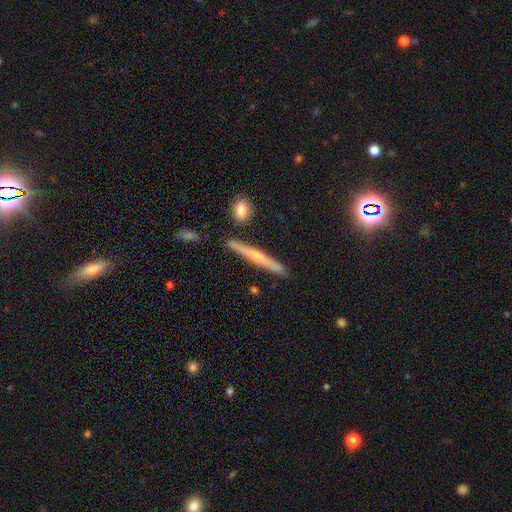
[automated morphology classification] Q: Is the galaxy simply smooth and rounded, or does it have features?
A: featured or disk — 54%.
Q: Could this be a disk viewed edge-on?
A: yes — 96%.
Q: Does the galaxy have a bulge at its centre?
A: rounded — 65%.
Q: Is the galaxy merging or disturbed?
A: none — 86%.